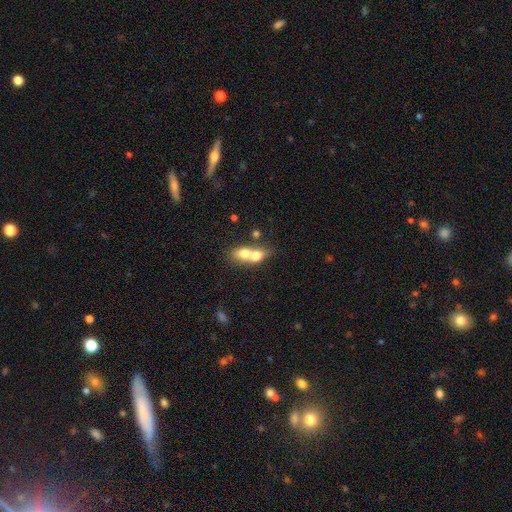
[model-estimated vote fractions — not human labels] Overall: smooth (67%). How rounded: in between (63%; round 31%). Merging: merger (75%).